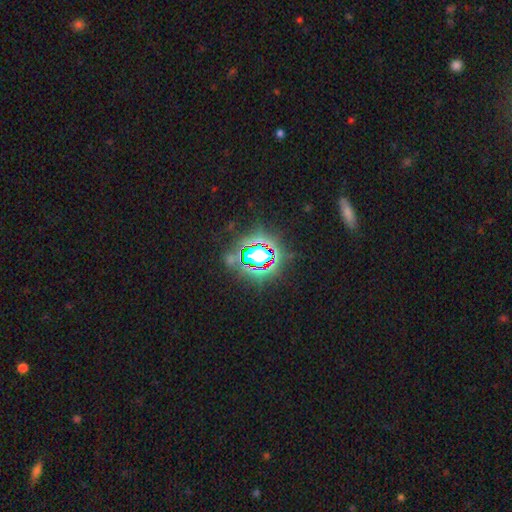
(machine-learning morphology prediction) This appears to be a star or artifact, not a galaxy (80%).